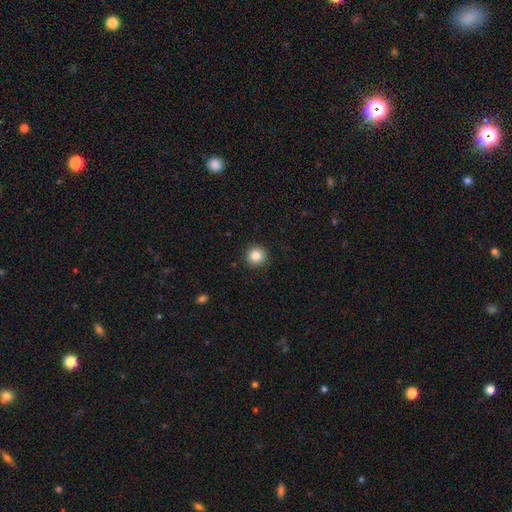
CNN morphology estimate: This is clearly a smooth galaxy (85%). How rounded: clearly round (95%). Merging: clearly none (92%).